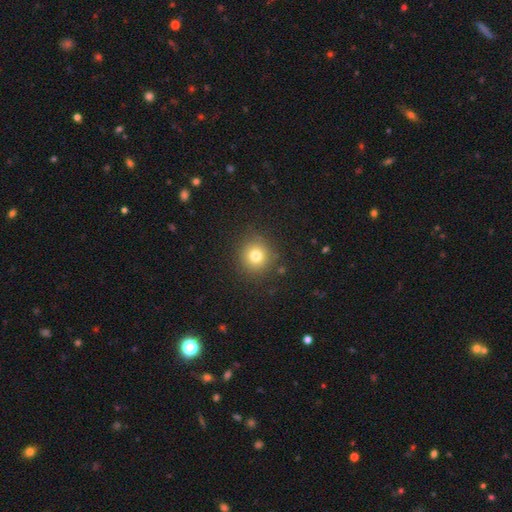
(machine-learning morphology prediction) smooth 77%, star or artifact 14%, featured or disk 9%. Down the decision tree: how rounded — round (93%); merging — none (89%).